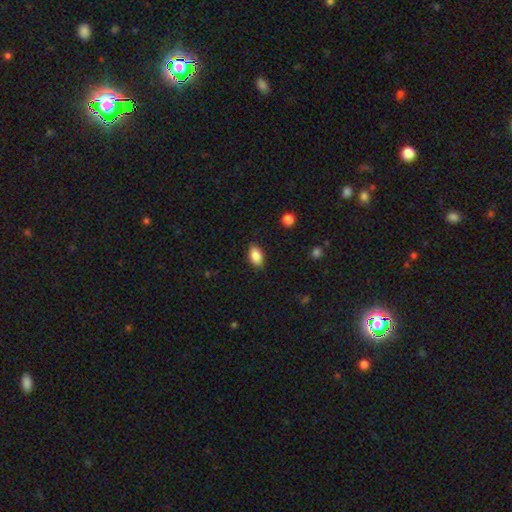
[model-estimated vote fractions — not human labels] Smooth or featured: smooth — 86% (star or artifact — 8%)
How rounded: in between — 91% (round — 6%)
Merging: none — 87% (minor disturbance — 9%)